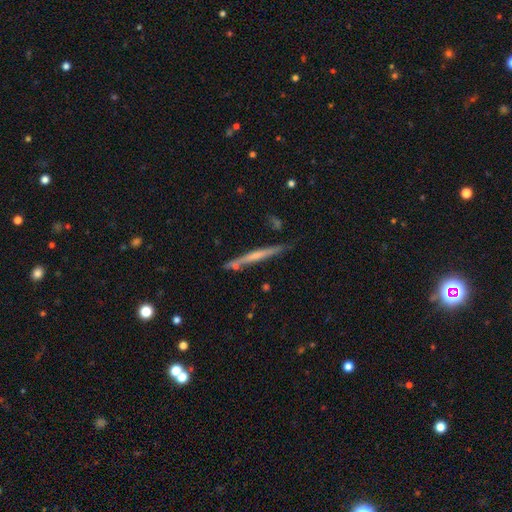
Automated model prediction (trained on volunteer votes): A featured or disk galaxy (57%) viewed edge-on (96%) with no central bulge (58%).

Vote fractions:
- Smooth or featured? featured or disk: 57% / smooth: 37% / star or artifact: 6%
- Edge-on disk? yes: 96% / no: 4%
- Edge-on bulge? none: 58% / rounded: 33% / boxy: 9%
- Merging? none: 78% / minor disturbance: 14% / merger: 6% / major disturbance: 3%